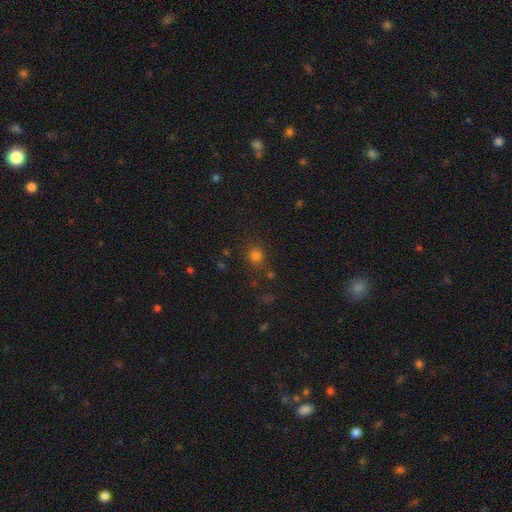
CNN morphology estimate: Overall: smooth (75%). How rounded: round (81%). Merging: none (76%).